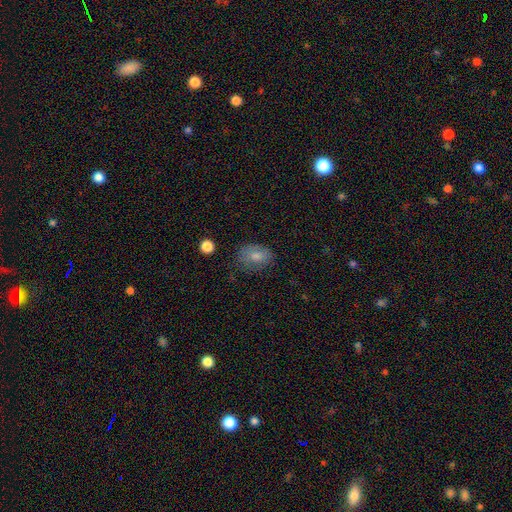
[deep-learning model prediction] Overall: smooth (77%). How rounded: in between (71%). Merging: none (65%).